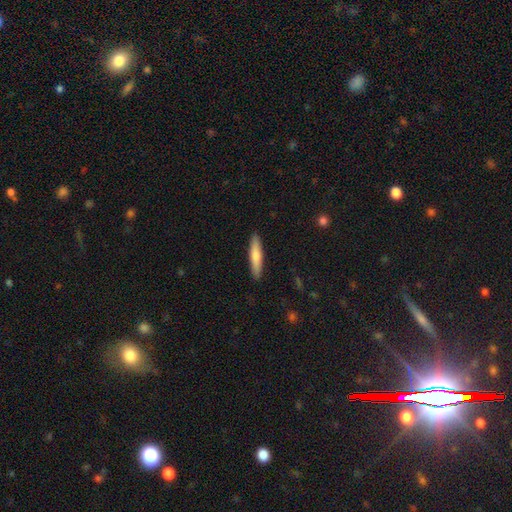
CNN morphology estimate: smooth 70%, featured or disk 25%, star or artifact 5%. Down the decision tree: how rounded — cigar-shaped (89%); merging — none (90%).